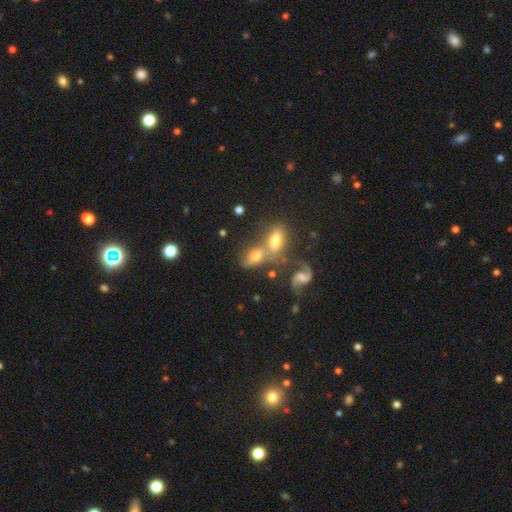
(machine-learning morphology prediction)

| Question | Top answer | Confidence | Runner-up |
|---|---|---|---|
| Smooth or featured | smooth | 56% | featured or disk (32%) |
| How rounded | in between | 81% | round (13%) |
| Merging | merger | 46% | none (34%) |